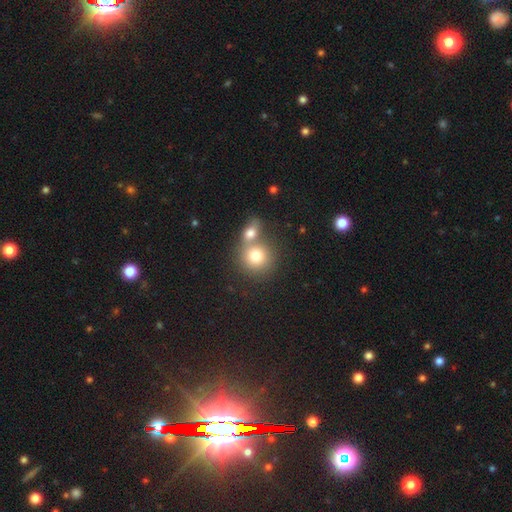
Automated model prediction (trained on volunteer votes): The model was most divided on "merging": merger: 52%, none: 38%, minor disturbance: 7%, major disturbance: 3%. More confident: how rounded — round (83%); smooth or featured — smooth (76%).